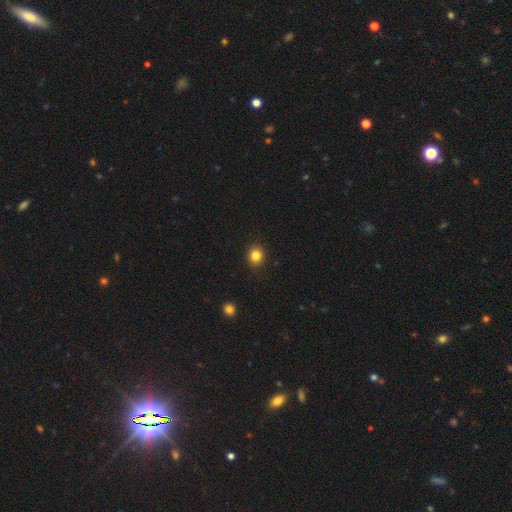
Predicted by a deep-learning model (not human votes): Smooth or featured? smooth (84%)
How rounded? round (82%)
Merging? none (91%)